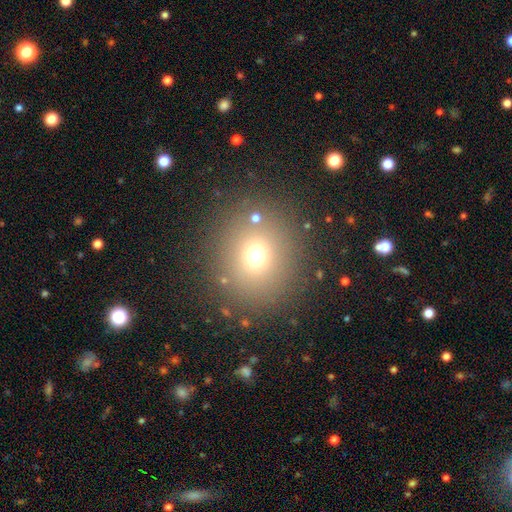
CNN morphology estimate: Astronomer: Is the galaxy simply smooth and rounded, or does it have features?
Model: smooth — 69%.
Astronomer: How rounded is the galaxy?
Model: round — 86%.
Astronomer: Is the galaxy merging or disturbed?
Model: none — 85%.